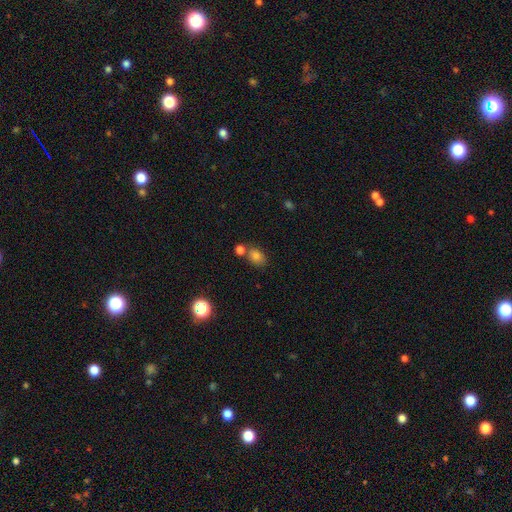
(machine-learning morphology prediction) A smooth galaxy with no disk features (80%) that is in between round and cigar-shaped (69%).

Vote fractions:
- Smooth or featured? smooth: 80% / star or artifact: 13% / featured or disk: 7%
- How rounded? in between: 69% / round: 30% / cigar-shaped: 1%
- Merging? none: 63% / merger: 20% / minor disturbance: 13% / major disturbance: 4%